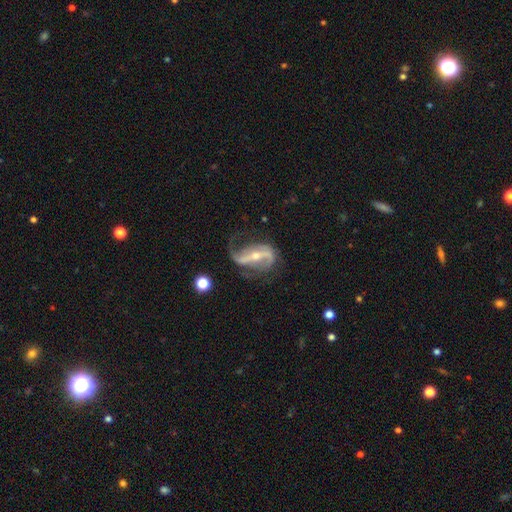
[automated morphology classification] Q: Smooth or featured?
A: featured or disk (89%); runner-up: smooth (6%)
Q: Edge-on disk?
A: no (95%); runner-up: yes (5%)
Q: Bar?
A: strong (66%); runner-up: weak (22%)
Q: Spiral arms?
A: yes (94%); runner-up: no (6%)
Q: Spiral winding?
A: loose (59%); runner-up: medium (31%)
Q: Spiral arm count?
A: 2 (83%); runner-up: 1 (9%)
Q: Bulge size?
A: small (56%); runner-up: moderate (40%)
Q: Merging?
A: none (56%); runner-up: minor disturbance (21%)